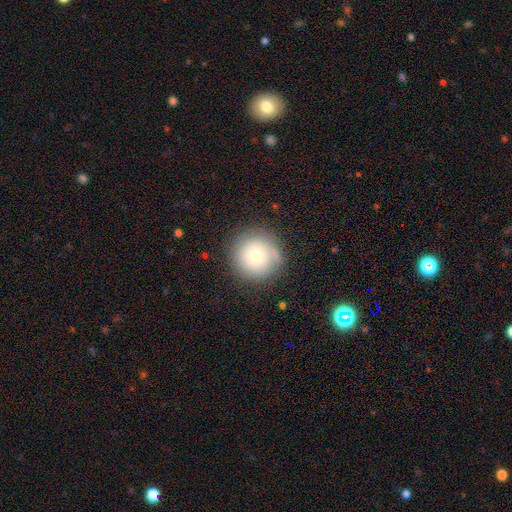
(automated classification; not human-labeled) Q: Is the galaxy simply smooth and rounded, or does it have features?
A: smooth — 62%.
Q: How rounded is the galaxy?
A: round — 95%.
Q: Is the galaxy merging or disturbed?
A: none — 82%.